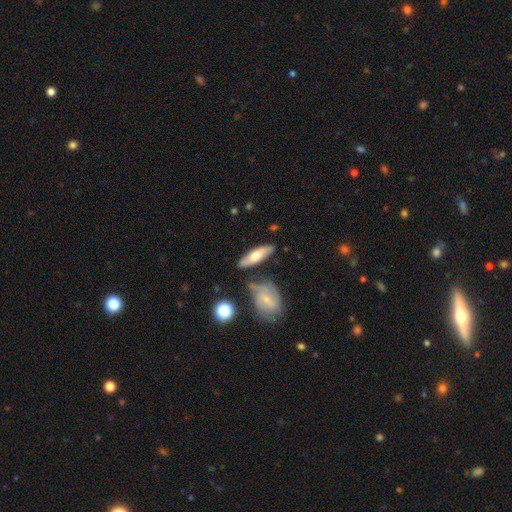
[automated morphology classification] Smooth or featured? Predicted: featured or disk (p=0.47). Merging? Predicted: none (p=0.66).